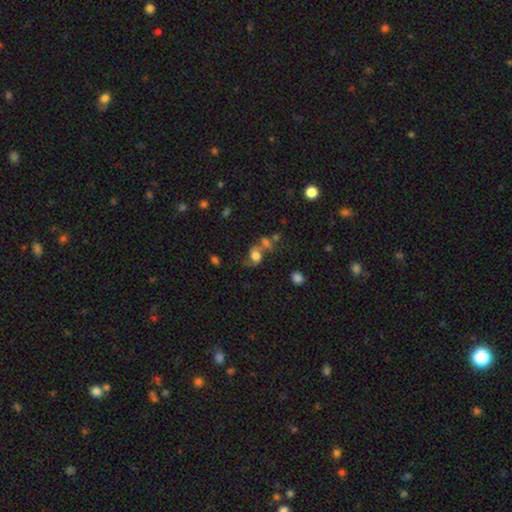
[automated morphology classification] This is marginally a featured or disk galaxy (45%). Merging: marginally none (37%).